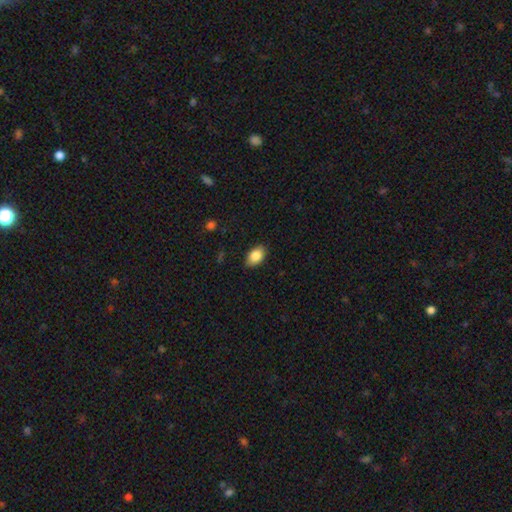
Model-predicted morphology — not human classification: Smooth or featured? Predicted: smooth (p=0.86). How rounded? Predicted: in between (p=0.89). Merging? Predicted: none (p=0.84).